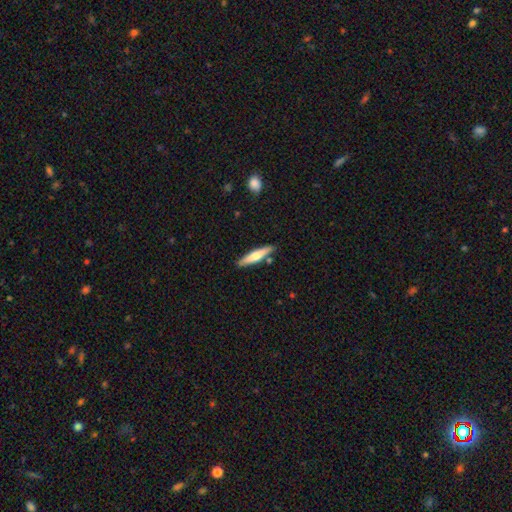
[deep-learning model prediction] Smooth or featured? smooth (52%)
How rounded? cigar-shaped (84%)
Merging? none (85%)